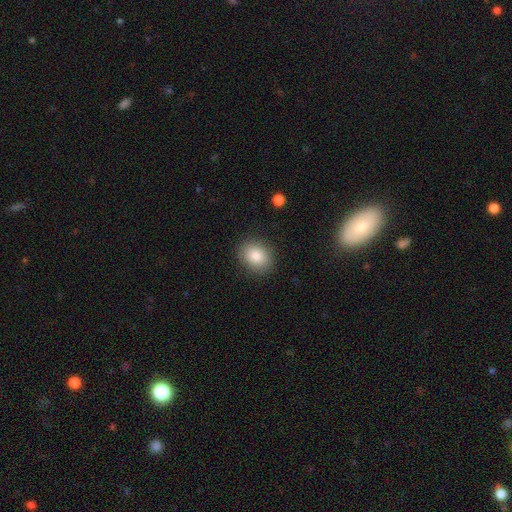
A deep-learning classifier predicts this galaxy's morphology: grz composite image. It shows a smooth galaxy with no disk features (85%) that is in between round and cigar-shaped (53%). Merging: none (87%).